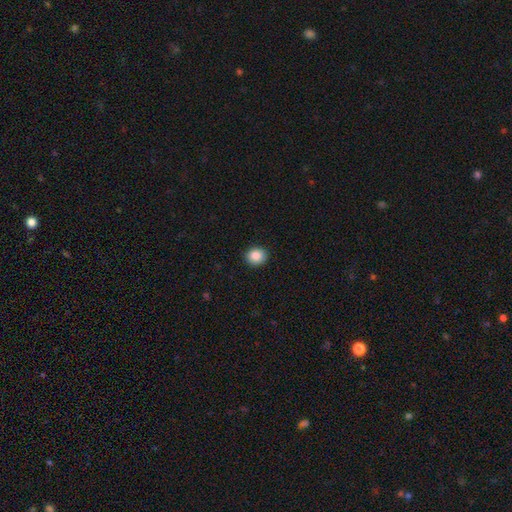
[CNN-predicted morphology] Overall: smooth (87%). How rounded: round (75%). Merging: none (91%).